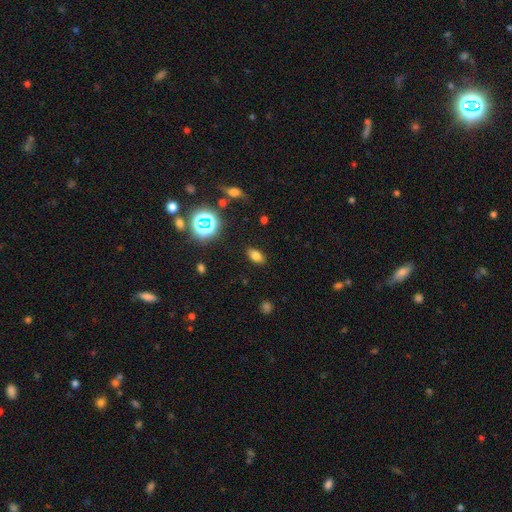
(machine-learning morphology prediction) smooth_or_featured: smooth (p=0.72) [alt: star or artifact p=0.19]
how_rounded: in between (p=0.86) [alt: round p=0.10]
merging: none (p=0.85) [alt: minor disturbance p=0.10]